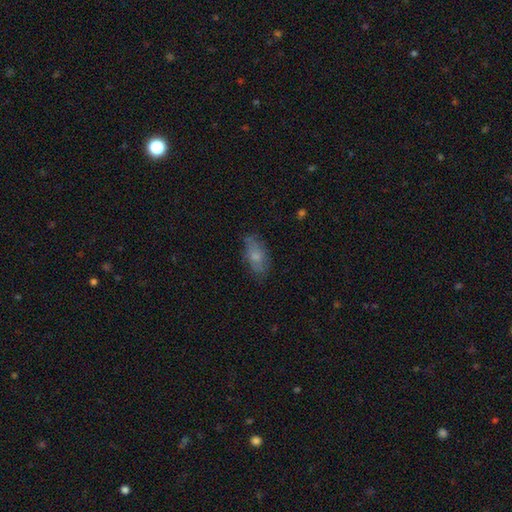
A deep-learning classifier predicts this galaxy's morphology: smooth-or-featured: smooth: 63% | featured or disk: 28% | star or artifact: 9%
  how-rounded: in between: 87% | cigar-shaped: 8% | round: 5%
  merging: none: 66% | minor disturbance: 24% | major disturbance: 8% | merger: 2%